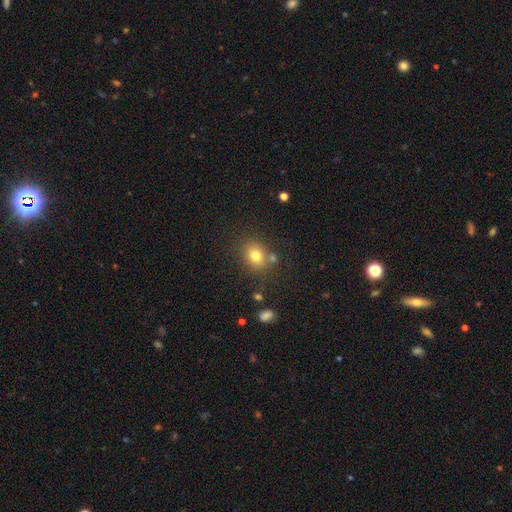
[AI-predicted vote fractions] Smooth or featured: smooth — 77% (star or artifact — 13%)
How rounded: round — 60% (in between — 39%)
Merging: none — 73% (minor disturbance — 12%)